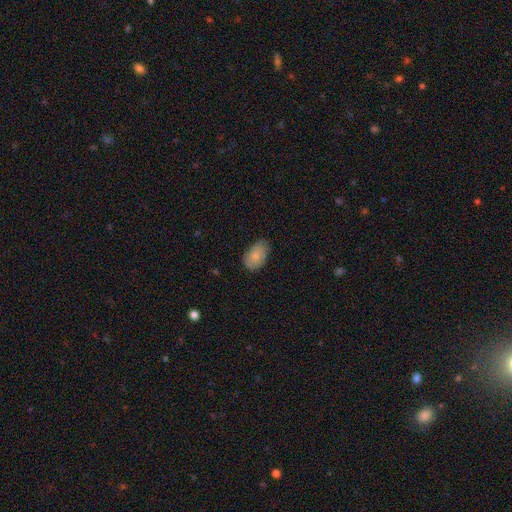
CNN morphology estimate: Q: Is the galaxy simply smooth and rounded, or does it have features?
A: smooth — 79%.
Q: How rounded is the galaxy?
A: in between — 90%.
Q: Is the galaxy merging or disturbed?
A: none — 73%.